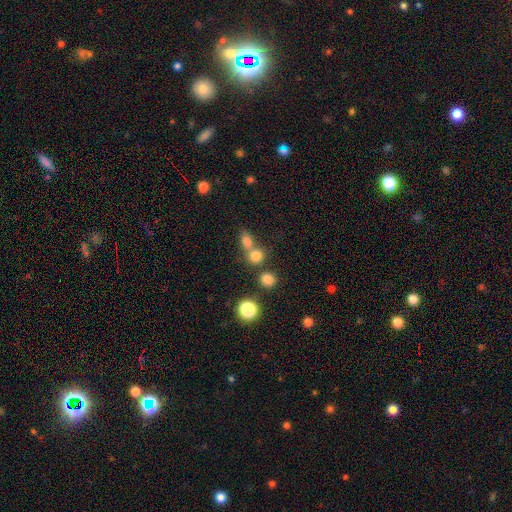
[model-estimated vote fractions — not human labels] Smooth or featured? smooth (78%)
How rounded? round (77%)
Merging? none (48%)